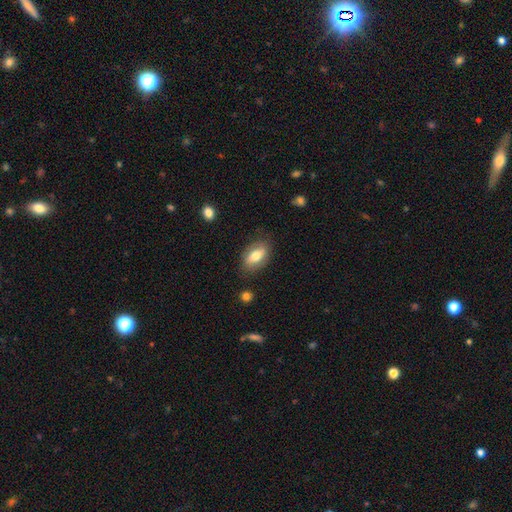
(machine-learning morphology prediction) The model was most divided on "smooth or featured": smooth: 69%, featured or disk: 24%, star or artifact: 7%. More confident: how rounded — in between (87%); merging — none (80%).